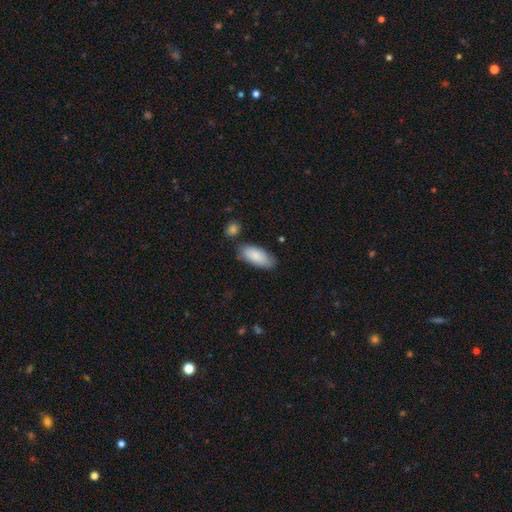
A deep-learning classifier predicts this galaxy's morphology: Smooth or featured?
  - smooth: 86% *
  - featured or disk: 8%
  - star or artifact: 6%
How rounded?
  - in between: 87% *
  - cigar-shaped: 12%
  - round: 2%
Merging?
  - none: 76% *
  - minor disturbance: 16%
  - merger: 5%
  - major disturbance: 3%